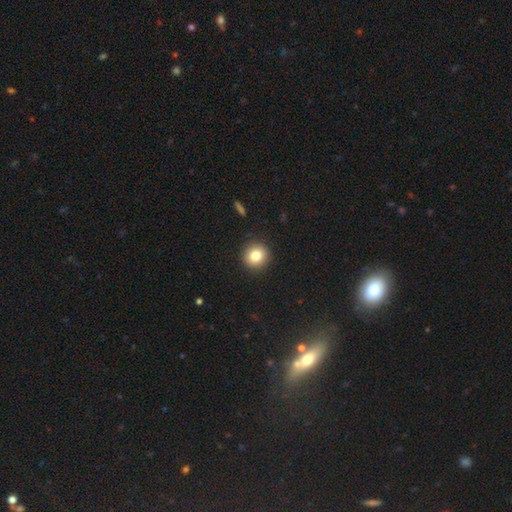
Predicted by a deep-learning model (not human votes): smooth 82%, star or artifact 10%, featured or disk 8%. Down the decision tree: how rounded — round (93%); merging — none (92%).